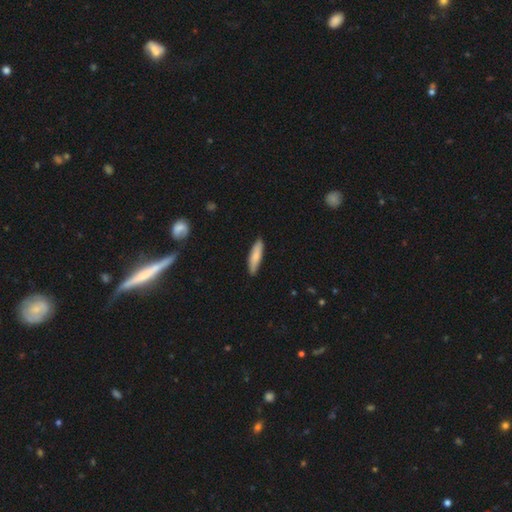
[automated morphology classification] This appears to be a smooth galaxy with no disk features (79%) that is cigar-shaped (74%). Merging: none (86%).